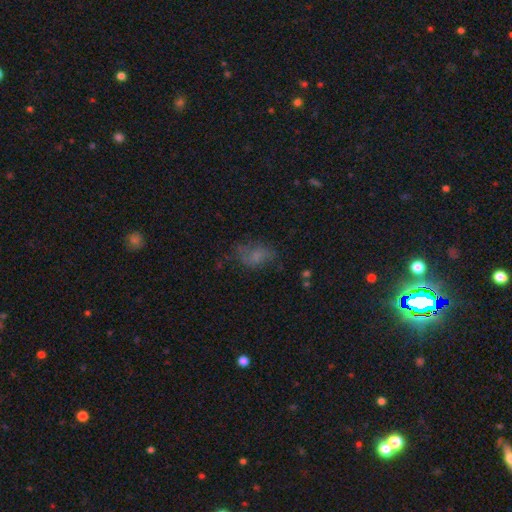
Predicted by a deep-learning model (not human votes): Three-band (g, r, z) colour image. It shows a smooth galaxy with no disk features (57%) that is in between round and cigar-shaped (82%). Merging: none (50%).